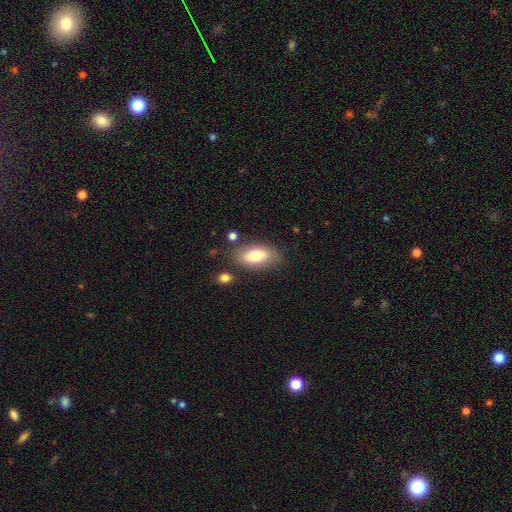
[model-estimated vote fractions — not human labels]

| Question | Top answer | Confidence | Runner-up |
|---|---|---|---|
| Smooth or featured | smooth | 76% | featured or disk (17%) |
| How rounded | in between | 90% | cigar-shaped (5%) |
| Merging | none | 76% | minor disturbance (15%) |